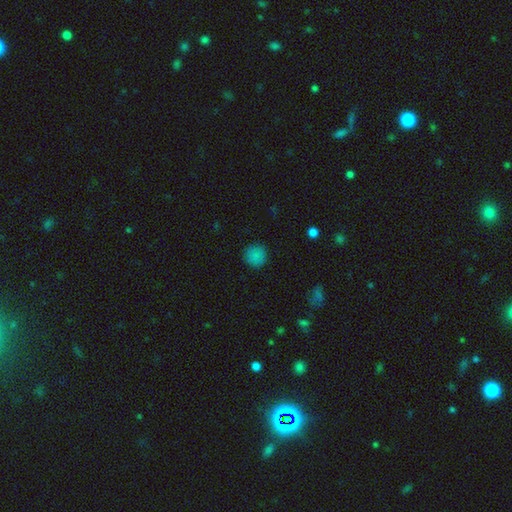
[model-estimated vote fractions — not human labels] smooth-or-featured: smooth: 85% | star or artifact: 12% | featured or disk: 3%
  how-rounded: round: 94% | in between: 5% | cigar-shaped: 1%
  merging: none: 90% | minor disturbance: 7% | major disturbance: 2% | merger: 1%